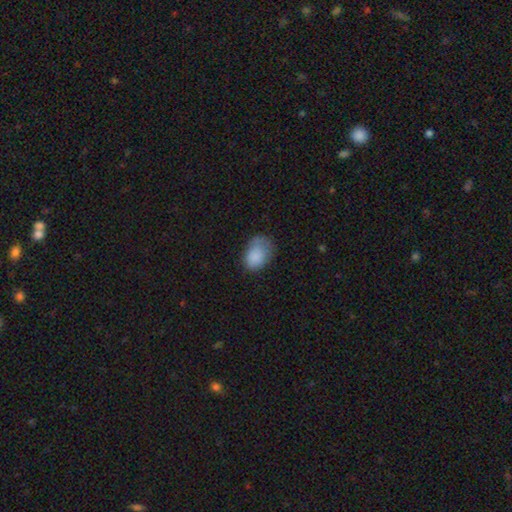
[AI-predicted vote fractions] The model was most divided on "merging": none: 48%, minor disturbance: 34%, major disturbance: 15%, merger: 3%. More confident: smooth or featured — smooth (83%); how rounded — in between (79%).